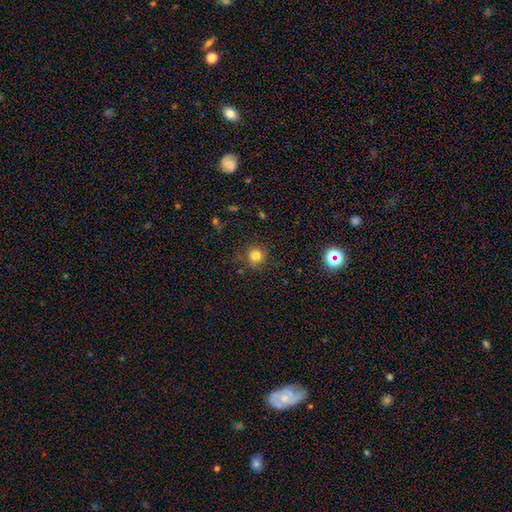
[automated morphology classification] type=smooth (78%); roundness=round (92%); merging=none (83%).